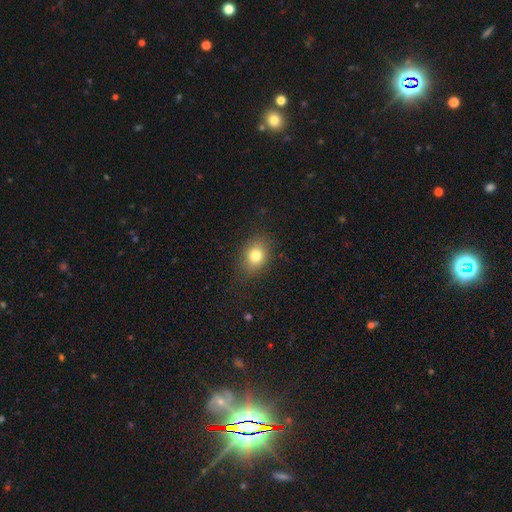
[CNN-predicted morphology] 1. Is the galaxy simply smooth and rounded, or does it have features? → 79% smooth, 11% star or artifact, 9% featured or disk.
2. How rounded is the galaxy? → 54% in between, 45% round, 1% cigar-shaped.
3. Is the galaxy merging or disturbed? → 83% none, 12% minor disturbance, 4% major disturbance, 1% merger.